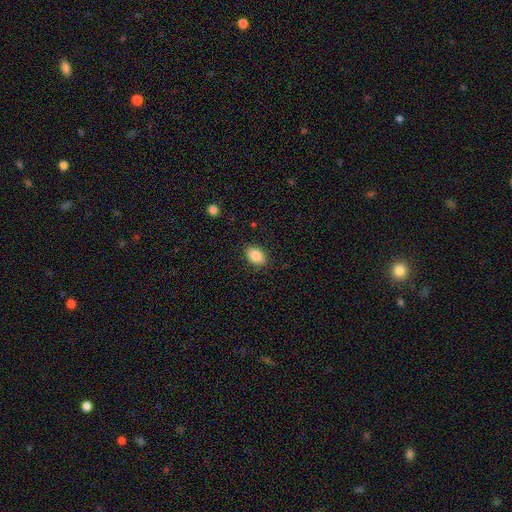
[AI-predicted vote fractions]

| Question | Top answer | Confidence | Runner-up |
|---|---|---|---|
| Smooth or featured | smooth | 87% | star or artifact (8%) |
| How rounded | in between | 83% | round (16%) |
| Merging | none | 87% | minor disturbance (9%) |